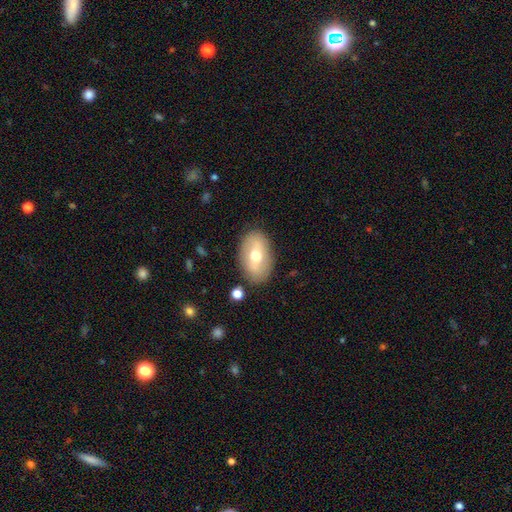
Smooth or featured? smooth (58%)
How rounded? in between (73%)
Merging? none (69%)